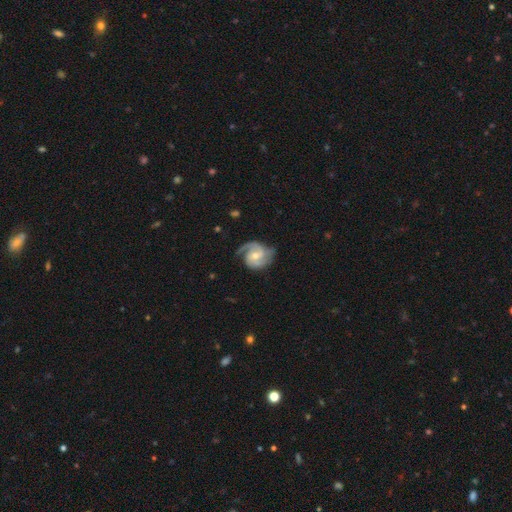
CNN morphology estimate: Smooth or featured? Predicted: featured or disk (p=0.87). Edge-on disk? Predicted: no (p=0.98). Bar? Predicted: no (p=0.45). Spiral arms? Predicted: yes (p=0.97). Spiral winding? Predicted: medium (p=0.49). Spiral arm count? Predicted: 2 (p=0.72). Bulge size? Predicted: moderate (p=0.52). Merging? Predicted: none (p=0.67).